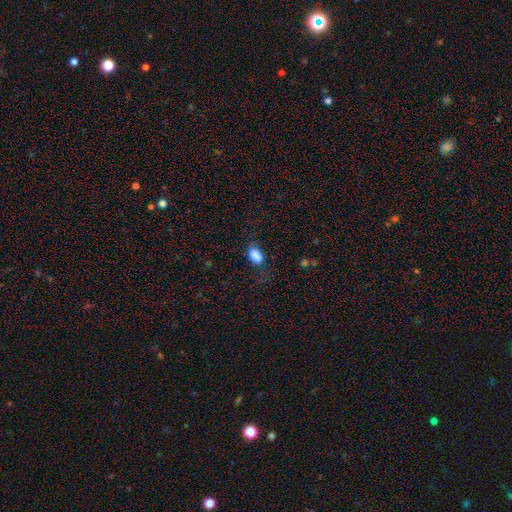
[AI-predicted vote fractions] A smooth galaxy with no disk features (85%) that is in between round and cigar-shaped (89%). Merging: none (64%).